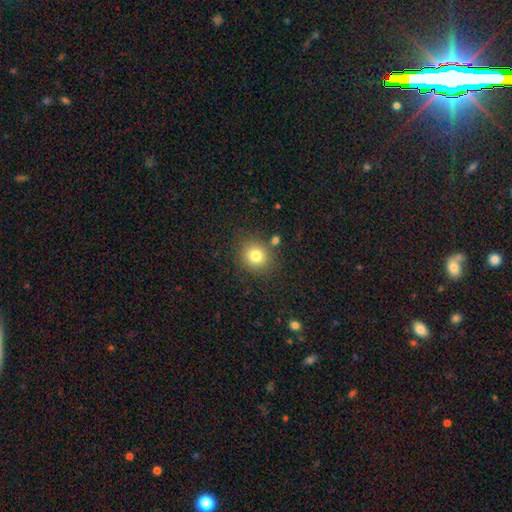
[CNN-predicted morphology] A smooth galaxy with no disk features (80%) that is round (83%).

Vote fractions:
- Smooth or featured? smooth: 80% / star or artifact: 12% / featured or disk: 8%
- How rounded? round: 83% / in between: 16% / cigar-shaped: 1%
- Merging? none: 81% / minor disturbance: 10% / merger: 6% / major disturbance: 3%